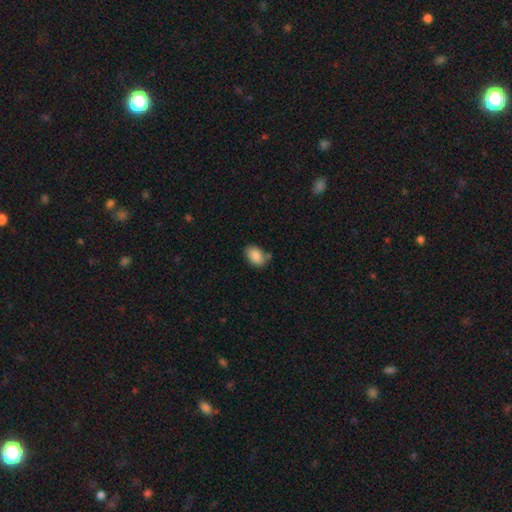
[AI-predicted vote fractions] The model was most divided on "merging": none: 72%, minor disturbance: 17%, merger: 8%, major disturbance: 3%. More confident: how rounded — in between (86%); smooth or featured — smooth (86%).